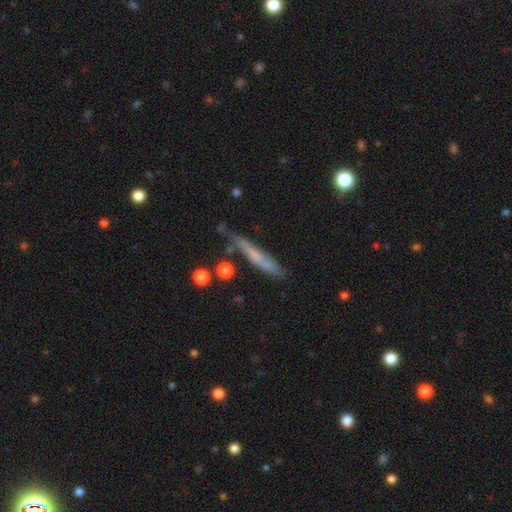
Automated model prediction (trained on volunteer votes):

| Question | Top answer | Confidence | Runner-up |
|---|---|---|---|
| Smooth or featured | smooth | 51% | featured or disk (40%) |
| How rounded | cigar-shaped | 91% | in between (7%) |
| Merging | none | 59% | minor disturbance (26%) |